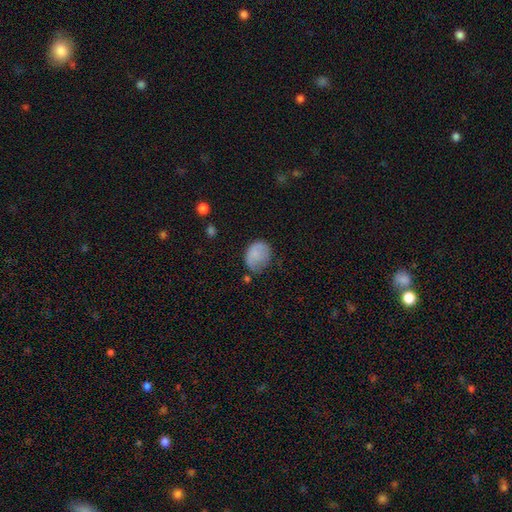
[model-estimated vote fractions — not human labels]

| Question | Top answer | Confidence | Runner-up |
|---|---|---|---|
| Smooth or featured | smooth | 79% | featured or disk (12%) |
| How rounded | round | 50% | in between (49%) |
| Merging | none | 50% | minor disturbance (35%) |